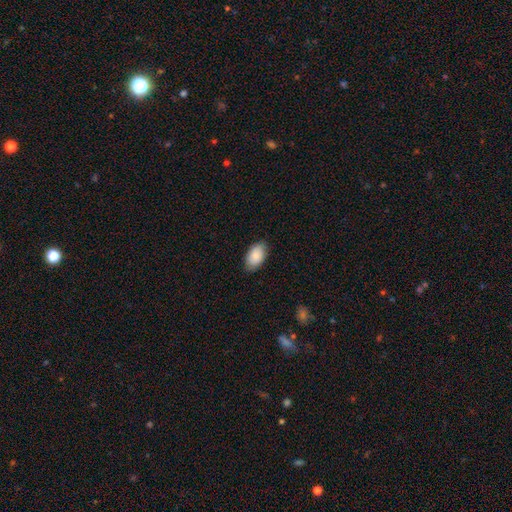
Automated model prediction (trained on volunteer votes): Smooth or featured: smooth — 86% (featured or disk — 8%)
How rounded: in between — 93% (round — 5%)
Merging: none — 83% (minor disturbance — 14%)